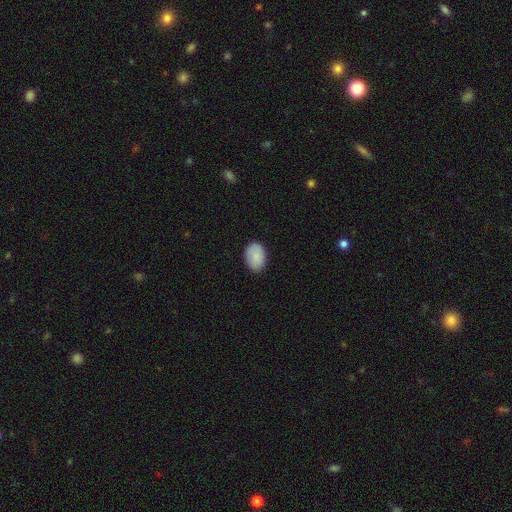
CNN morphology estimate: type=smooth (87%); roundness=in between (82%); merging=none (83%).